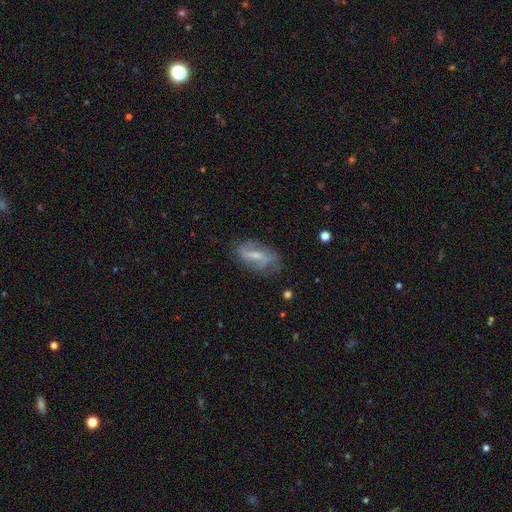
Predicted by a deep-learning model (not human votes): This is likely a featured or disk galaxy (71%). It is clearly not viewed edge-on (92%). Bar: possibly weak (48%). Spiral arm pattern: clearly yes (84%). Spiral arm count: likely 2 (75%). Spiral winding: possibly loose (50%). Central bulge: possibly small (45%). Merging: likely none (68%).